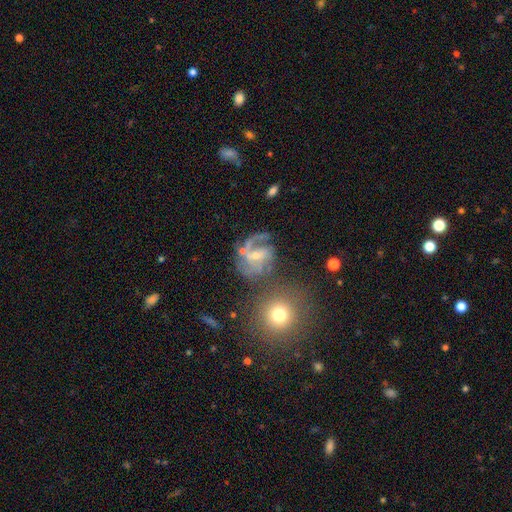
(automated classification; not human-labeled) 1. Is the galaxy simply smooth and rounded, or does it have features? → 79% featured or disk, 11% smooth, 9% star or artifact.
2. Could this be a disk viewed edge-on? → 98% no, 2% yes.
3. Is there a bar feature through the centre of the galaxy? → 46% weak, 35% no, 19% strong.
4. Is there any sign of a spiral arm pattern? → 92% yes, 8% no.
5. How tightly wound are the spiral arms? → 50% medium, 26% tight, 24% loose.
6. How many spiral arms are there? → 43% 2, 20% 3, 16% can't tell, 14% 1, 4% 4, 4% more than 4.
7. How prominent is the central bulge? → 63% small, 30% moderate, 4% none, 2% large, 1% dominant.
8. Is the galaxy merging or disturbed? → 47% none, 21% major disturbance, 19% minor disturbance, 13% merger.